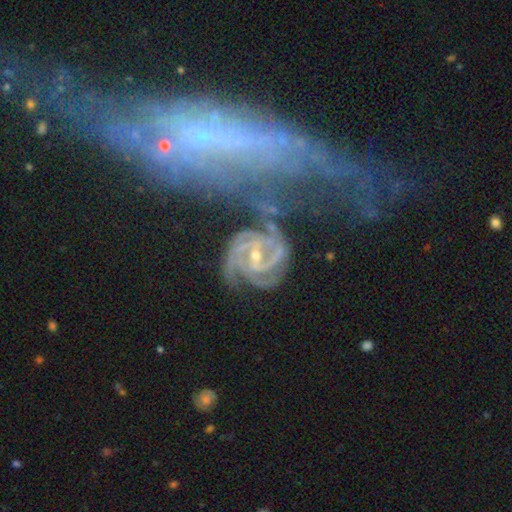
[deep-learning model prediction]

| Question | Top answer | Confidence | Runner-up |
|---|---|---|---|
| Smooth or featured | featured or disk | 90% | star or artifact (6%) |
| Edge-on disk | no | 98% | yes (2%) |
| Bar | weak | 44% | strong (33%) |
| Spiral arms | yes | 98% | no (2%) |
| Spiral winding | tight | 59% | medium (35%) |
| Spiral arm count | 3 | 36% | 4 (21%) |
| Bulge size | small | 66% | moderate (30%) |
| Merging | none | 53% | minor disturbance (19%) |